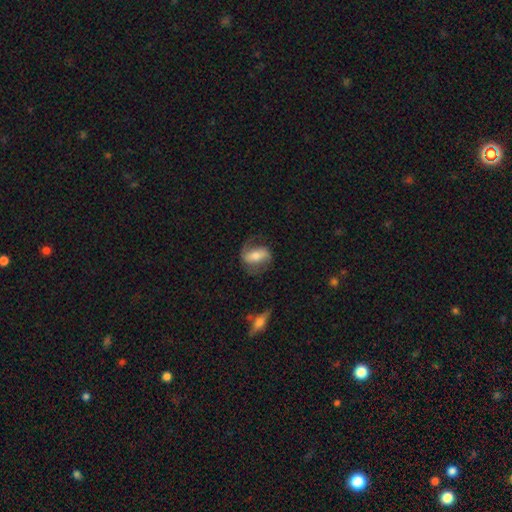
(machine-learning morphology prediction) Overall: featured or disk (64%; smooth 29%). Edge-on disk: no (92%). Bar: strong (53%; weak 28%). Spiral arms: yes (82%). Bulge size: moderate (51%; small 31%). Merging: none (63%).